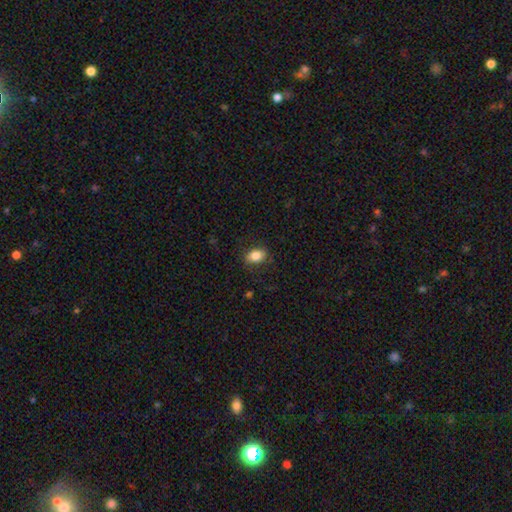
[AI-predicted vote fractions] Overall: smooth (84%). How rounded: in between (80%). Merging: none (82%).